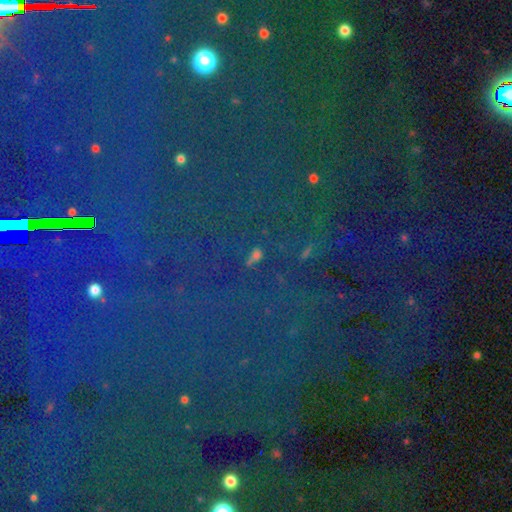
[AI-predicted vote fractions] Q: Smooth or featured?
A: star or artifact (69%); runner-up: smooth (20%)